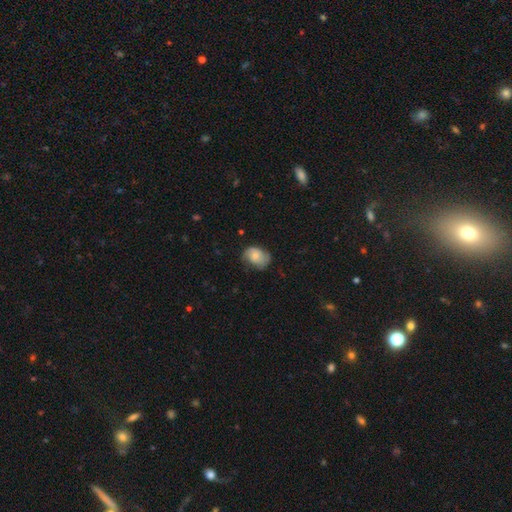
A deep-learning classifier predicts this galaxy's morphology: type=smooth (59%); roundness=in between (70%); merging=none (56%).